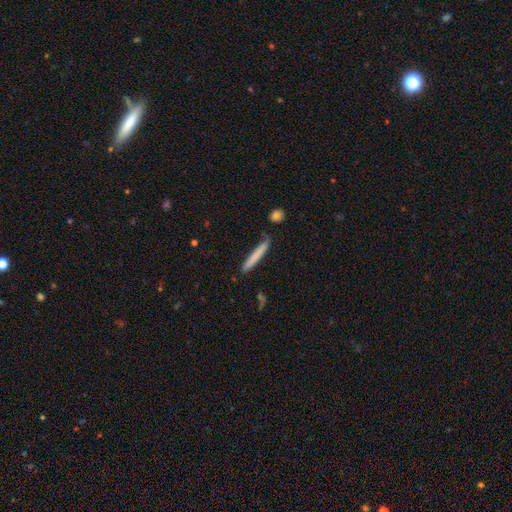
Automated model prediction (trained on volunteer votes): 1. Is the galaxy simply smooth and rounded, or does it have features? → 73% smooth, 21% featured or disk, 6% star or artifact.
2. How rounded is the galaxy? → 96% cigar-shaped, 3% in between, 1% round.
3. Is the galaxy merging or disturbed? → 80% none, 14% minor disturbance, 3% merger, 3% major disturbance.